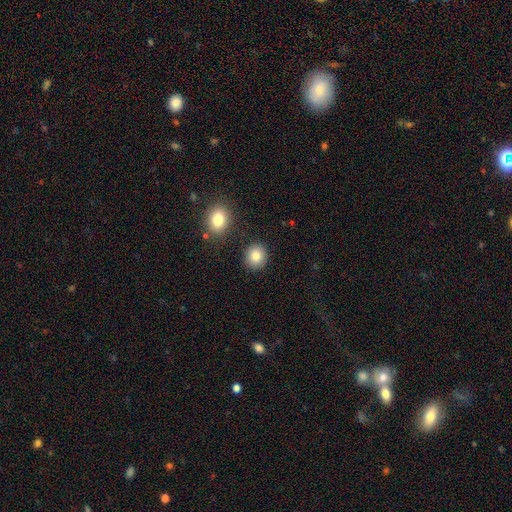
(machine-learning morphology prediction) A smooth galaxy with no disk features (85%) that is round (77%). Merging: none (86%).